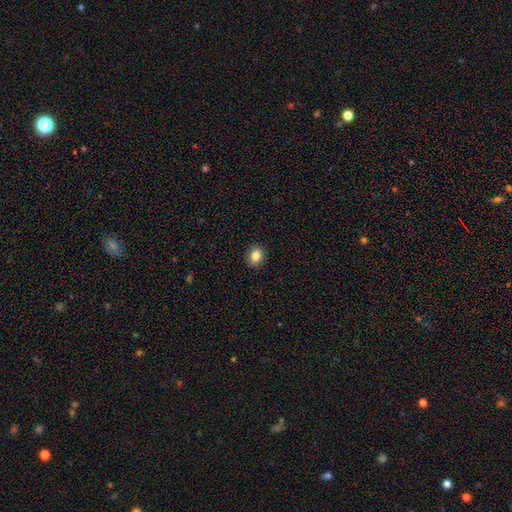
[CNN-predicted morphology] Smooth or featured? smooth (85%)
How rounded? in between (57%)
Merging? none (91%)